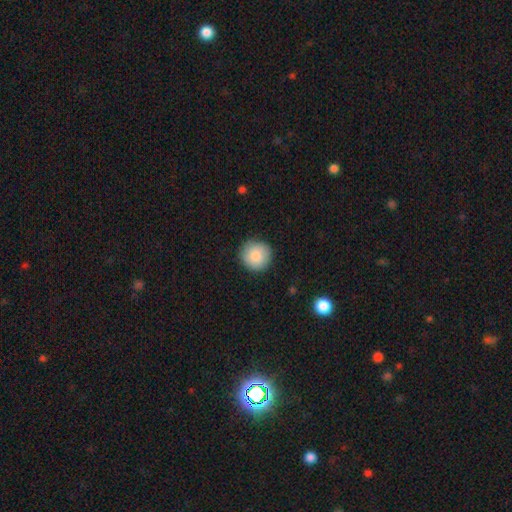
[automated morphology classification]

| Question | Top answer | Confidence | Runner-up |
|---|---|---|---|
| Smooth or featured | smooth | 87% | star or artifact (7%) |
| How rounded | round | 95% | in between (4%) |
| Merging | none | 89% | minor disturbance (8%) |